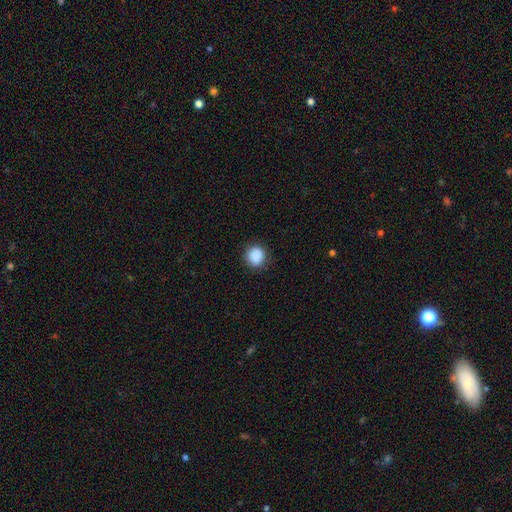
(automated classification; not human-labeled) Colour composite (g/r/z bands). It shows a smooth galaxy with no disk features (89%) that is round (86%). Merging: none (88%).